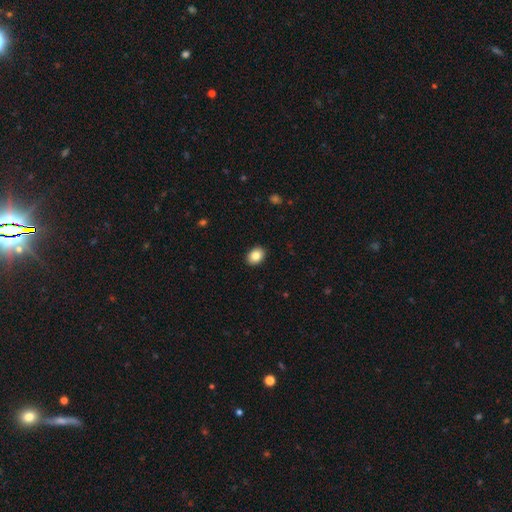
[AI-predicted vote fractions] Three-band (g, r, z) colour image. It shows a smooth galaxy with no disk features (85%) that is in between round and cigar-shaped (71%). Merging: none (91%).